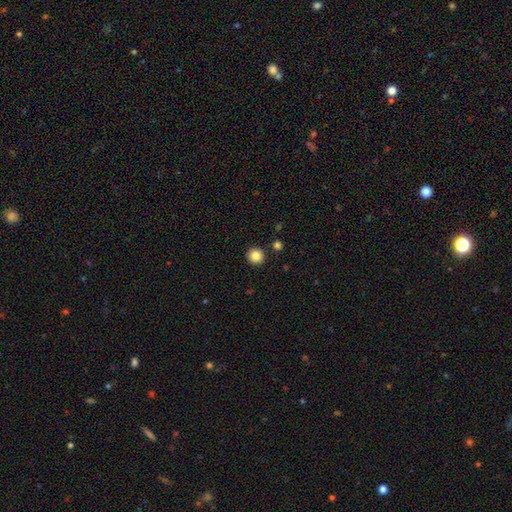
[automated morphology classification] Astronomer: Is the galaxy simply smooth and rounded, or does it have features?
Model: smooth — 85%.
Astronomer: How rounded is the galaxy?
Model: round — 94%.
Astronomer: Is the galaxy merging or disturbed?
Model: none — 91%.